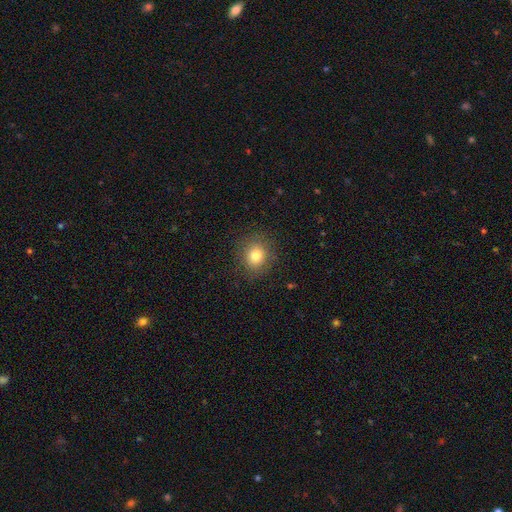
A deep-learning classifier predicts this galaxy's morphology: Smooth or featured? smooth (81%)
How rounded? round (79%)
Merging? none (87%)